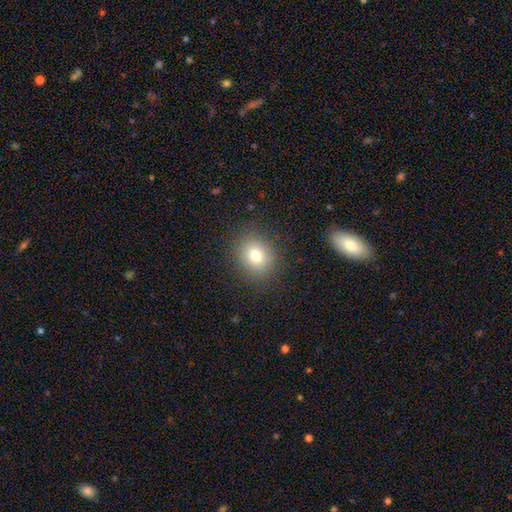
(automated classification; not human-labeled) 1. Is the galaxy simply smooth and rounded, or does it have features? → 77% smooth, 13% star or artifact, 10% featured or disk.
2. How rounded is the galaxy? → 73% round, 26% in between, 1% cigar-shaped.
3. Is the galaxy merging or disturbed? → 87% none, 8% minor disturbance, 4% major disturbance, 1% merger.